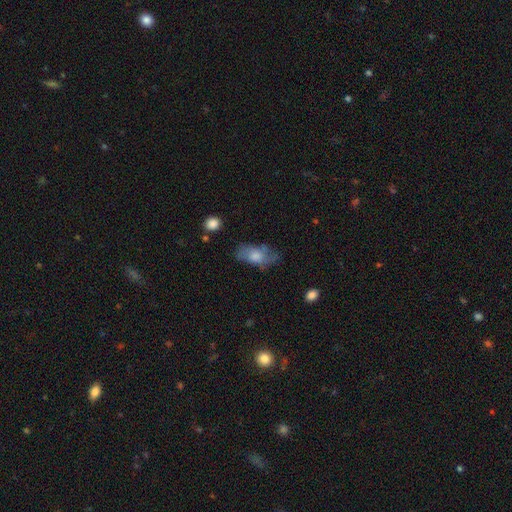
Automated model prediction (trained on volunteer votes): Smooth or featured: smooth — 62% (featured or disk — 30%)
How rounded: in between — 88% (cigar-shaped — 6%)
Merging: none — 49% (minor disturbance — 29%)